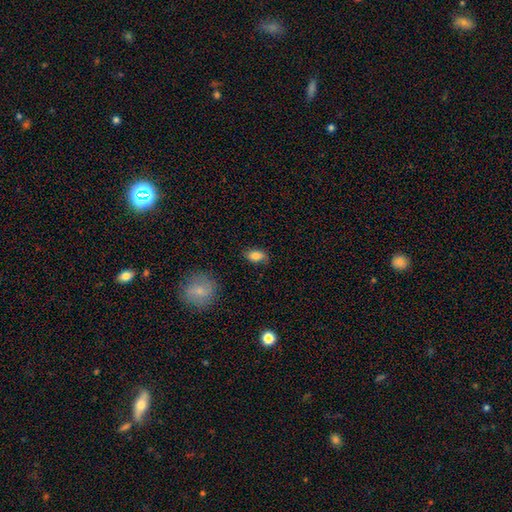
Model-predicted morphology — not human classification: This appears to be a smooth galaxy with no disk features (79%) that is in between round and cigar-shaped (88%). Merging: none (75%).